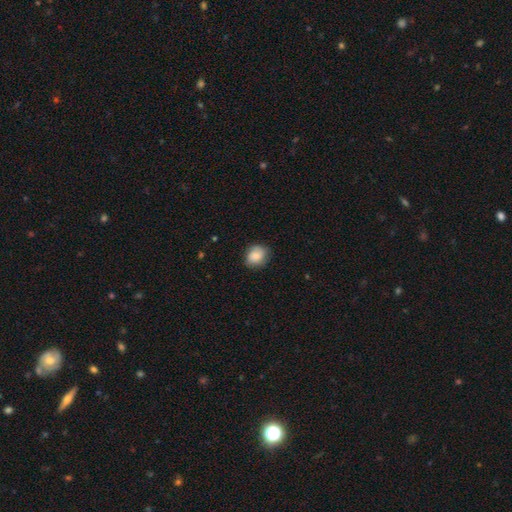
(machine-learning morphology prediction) smooth_or_featured: smooth (p=0.81) [alt: featured or disk p=0.12]
how_rounded: round (p=0.57) [alt: in between p=0.42]
merging: none (p=0.79) [alt: minor disturbance p=0.17]